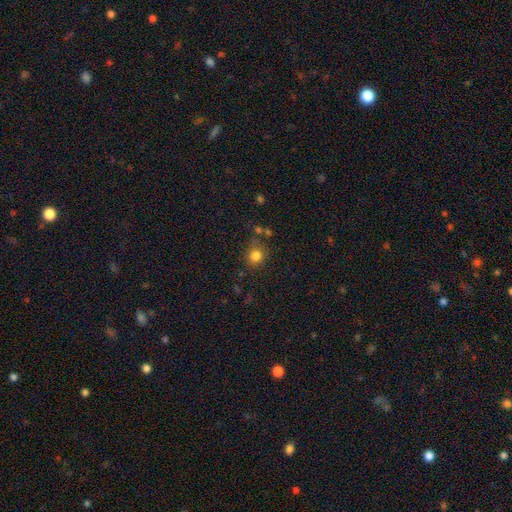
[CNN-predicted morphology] This appears to be a smooth galaxy with no disk features (82%) that is round (87%). Merging: none (78%).